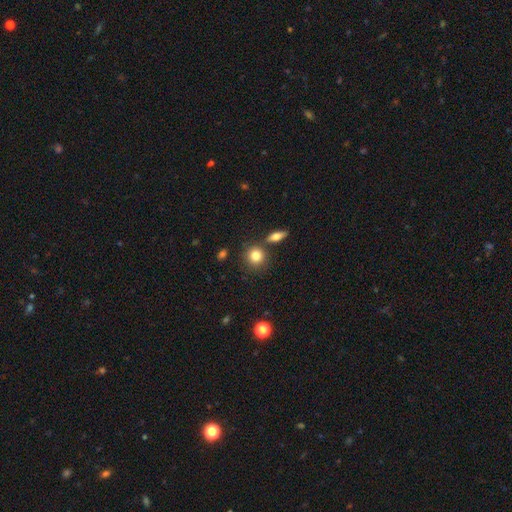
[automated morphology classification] Smooth or featured?
  - smooth: 81% *
  - star or artifact: 10%
  - featured or disk: 9%
How rounded?
  - round: 85% *
  - in between: 14%
  - cigar-shaped: 2%
Merging?
  - none: 78% *
  - merger: 10%
  - minor disturbance: 9%
  - major disturbance: 3%